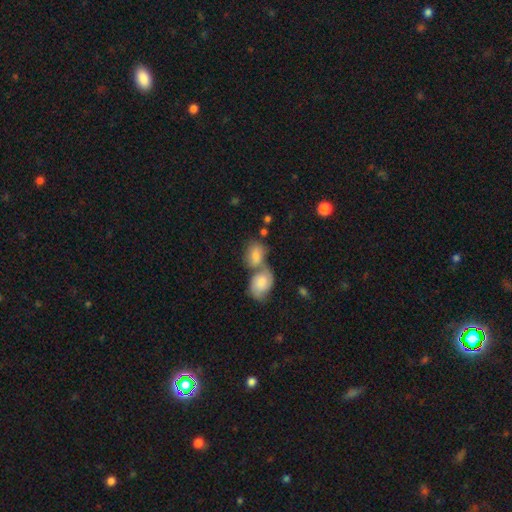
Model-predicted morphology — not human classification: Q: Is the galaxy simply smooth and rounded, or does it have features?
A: smooth — 70%.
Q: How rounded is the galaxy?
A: in between — 76%.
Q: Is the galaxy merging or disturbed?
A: merger — 66%.